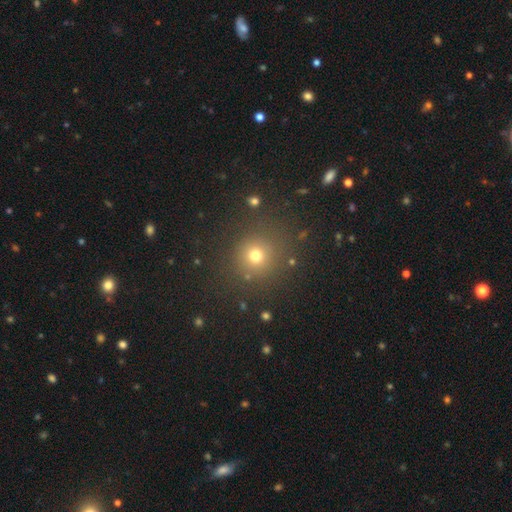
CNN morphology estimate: A smooth galaxy with no disk features (72%) that is round (91%).

Vote fractions:
- Smooth or featured? smooth: 72% / star or artifact: 20% / featured or disk: 8%
- How rounded? round: 91% / in between: 8% / cigar-shaped: 1%
- Merging? none: 83% / minor disturbance: 9% / major disturbance: 4% / merger: 3%